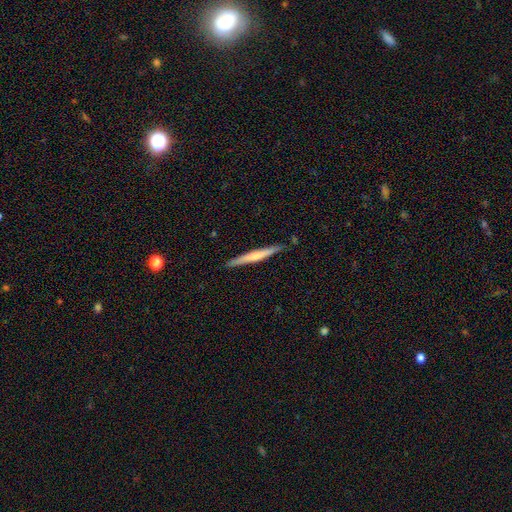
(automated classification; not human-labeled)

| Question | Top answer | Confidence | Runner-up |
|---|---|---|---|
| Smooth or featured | featured or disk | 48% | smooth (46%) |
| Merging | none | 89% | minor disturbance (8%) |